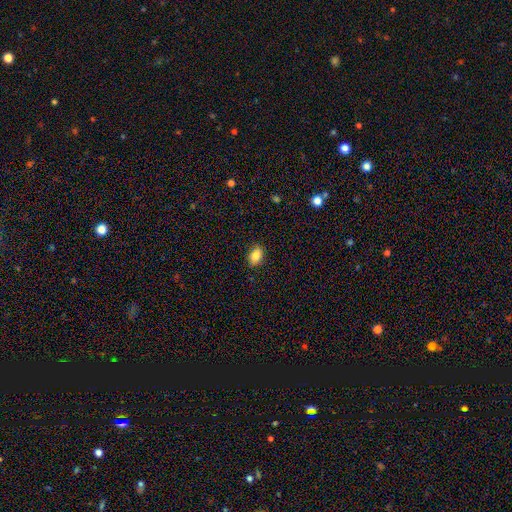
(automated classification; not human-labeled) Smooth or featured? Predicted: smooth (p=0.86). How rounded? Predicted: in between (p=0.84). Merging? Predicted: none (p=0.86).